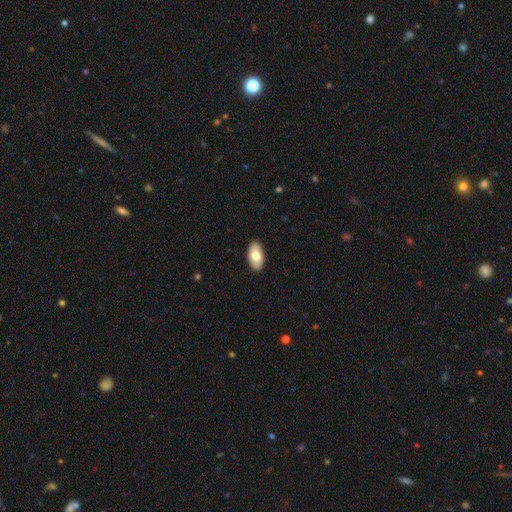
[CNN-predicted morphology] A smooth galaxy with no disk features (78%) that is in between round and cigar-shaped (95%). Merging: none (90%).